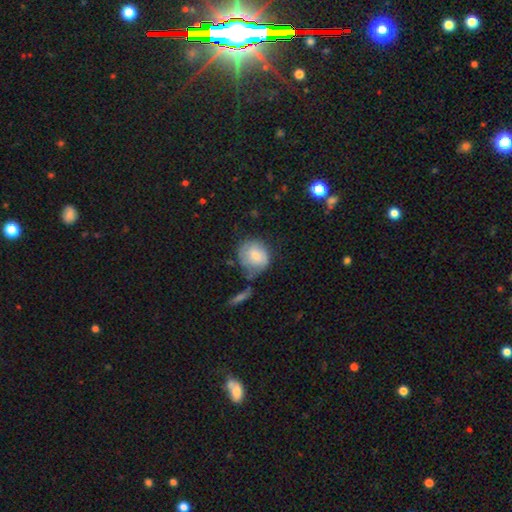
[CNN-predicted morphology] Smooth or featured: smooth — 71% (featured or disk — 22%)
How rounded: round — 74% (in between — 25%)
Merging: none — 46% (minor disturbance — 29%)